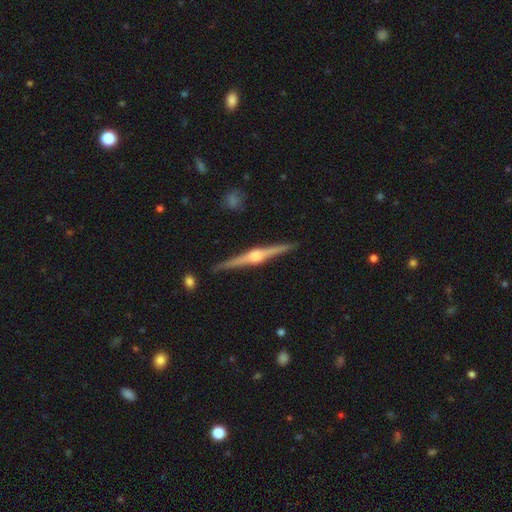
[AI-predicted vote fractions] The model was most divided on "smooth or featured": featured or disk: 85%, smooth: 10%, star or artifact: 5%. More confident: edge-on disk — yes (98%); edge-on bulge — rounded (93%); merging — none (90%).